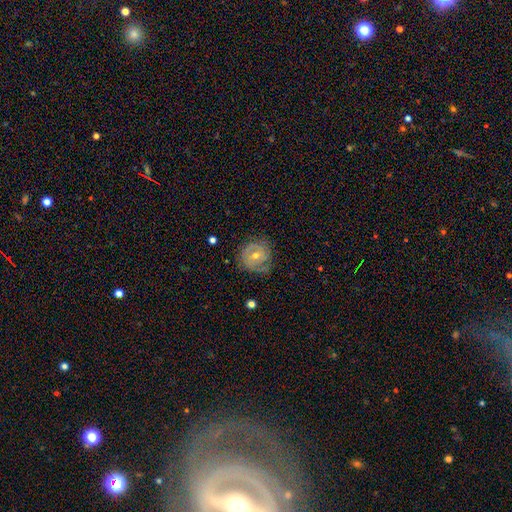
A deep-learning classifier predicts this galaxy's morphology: smooth-or-featured: featured or disk: 78% | smooth: 14% | star or artifact: 8%
  disk-edge-on: no: 98% | yes: 2%
    bar: no: 63% | weak: 30% | strong: 7%
    has-spiral-arms: yes: 92% | no: 8%
      spiral-winding: tight: 65% | medium: 28% | loose: 7%
      spiral-arm-count: 2: 53% | can't tell: 21% | 3: 13% | 1: 6% | 4: 3% | more than 4: 3%
    bulge-size: moderate: 50% | small: 47% | large: 1% | none: 1% | dominant: 1%
  merging: none: 76% | minor disturbance: 17% | major disturbance: 6% | merger: 1%